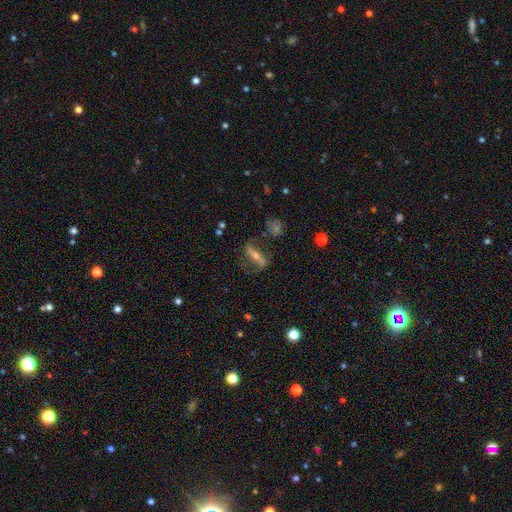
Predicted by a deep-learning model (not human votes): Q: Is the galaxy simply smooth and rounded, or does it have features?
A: featured or disk — 71%.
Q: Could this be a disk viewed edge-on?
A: no — 68%.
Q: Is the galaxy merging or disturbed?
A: none — 67%.